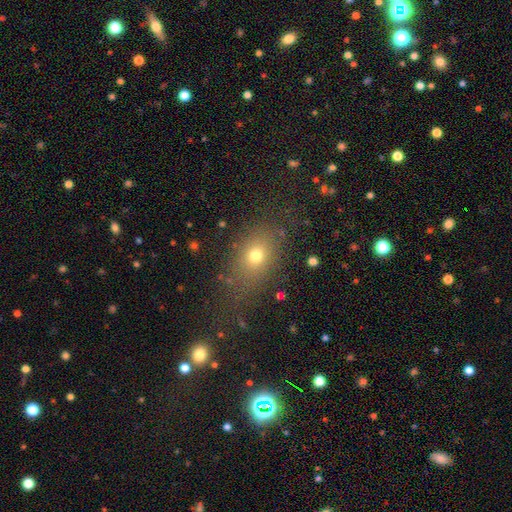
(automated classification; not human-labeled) smooth_or_featured: smooth (p=0.70) [alt: star or artifact p=0.16]
how_rounded: in between (p=0.65) [alt: round p=0.32]
merging: none (p=0.75) [alt: minor disturbance p=0.13]